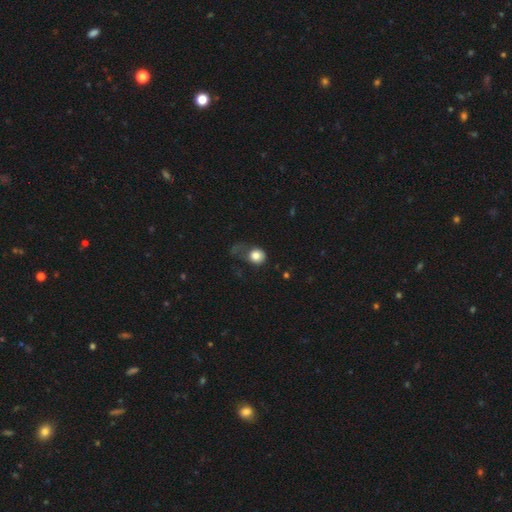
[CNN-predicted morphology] Smooth or featured? Predicted: smooth (p=0.79). How rounded? Predicted: round (p=0.71). Merging? Predicted: major disturbance (p=0.41).